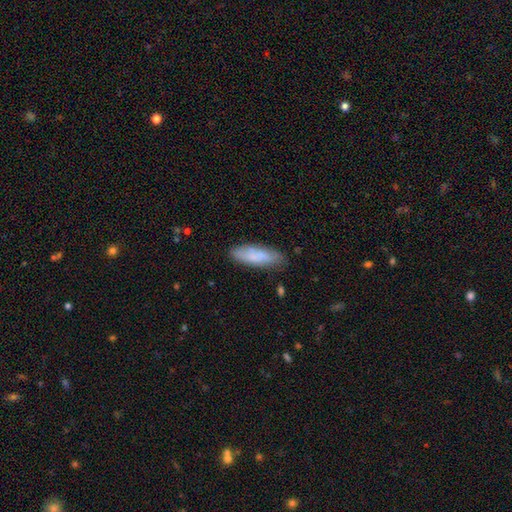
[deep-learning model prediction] A smooth galaxy with no disk features (79%) that is in between round and cigar-shaped (53%). Merging: none (77%).